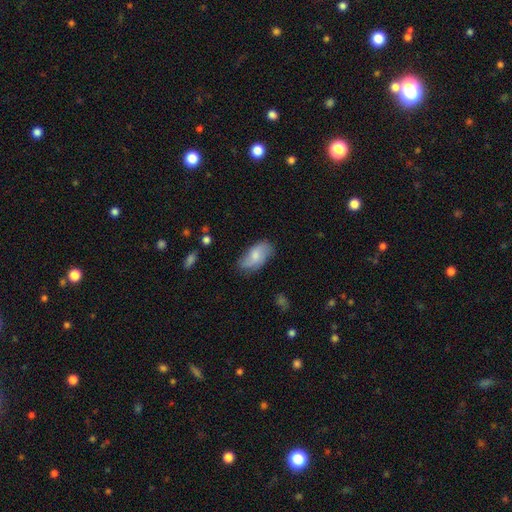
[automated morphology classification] The model was most divided on "smooth or featured": smooth: 65%, featured or disk: 29%, star or artifact: 7%. More confident: how rounded — in between (93%); merging — none (69%).